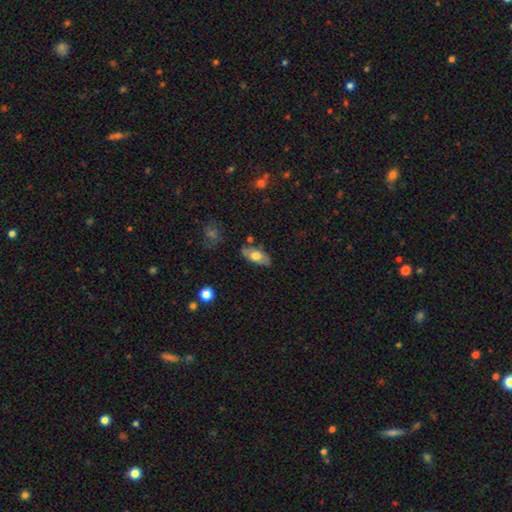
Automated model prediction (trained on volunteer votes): smooth_or_featured: smooth (p=0.68) [alt: featured or disk p=0.26]
how_rounded: in between (p=0.86) [alt: cigar-shaped p=0.11]
merging: none (p=0.78) [alt: minor disturbance p=0.16]